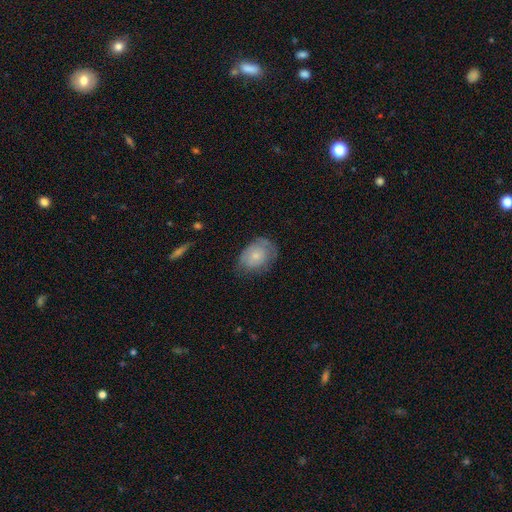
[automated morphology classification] smooth_or_featured: smooth (p=0.67) [alt: featured or disk p=0.26]
how_rounded: in between (p=0.72) [alt: round p=0.27]
merging: none (p=0.56) [alt: minor disturbance p=0.31]